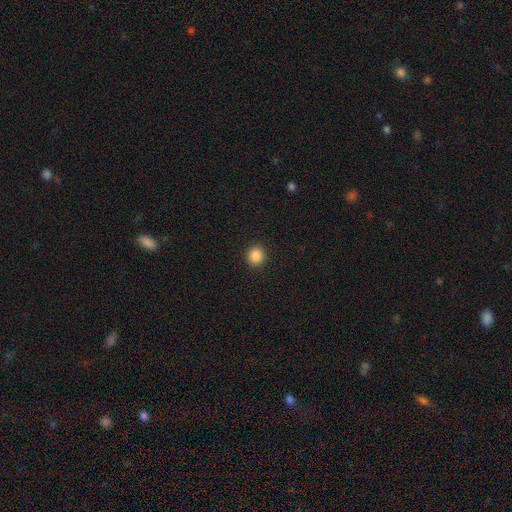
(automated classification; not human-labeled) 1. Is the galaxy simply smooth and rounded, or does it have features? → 87% smooth, 10% star or artifact, 3% featured or disk.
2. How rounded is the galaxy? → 89% round, 10% in between, 1% cigar-shaped.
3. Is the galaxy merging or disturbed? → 92% none, 5% minor disturbance, 2% major disturbance, 1% merger.